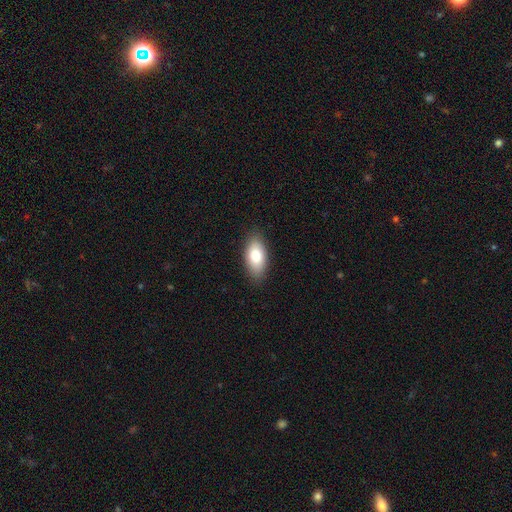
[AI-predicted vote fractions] smooth 81%, featured or disk 12%, star or artifact 7%. Down the decision tree: how rounded — in between (92%); merging — none (86%).